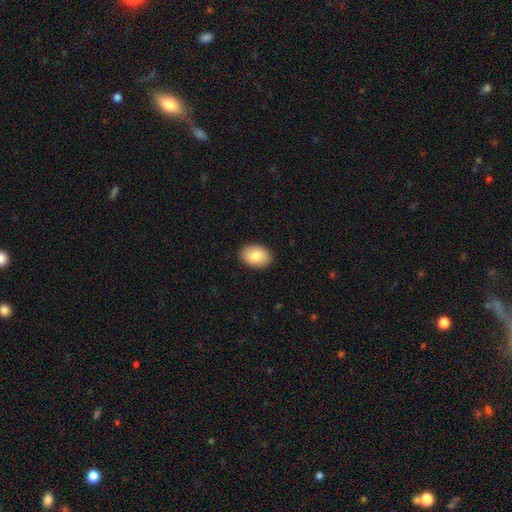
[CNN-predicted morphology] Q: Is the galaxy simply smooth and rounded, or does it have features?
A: smooth — 84%.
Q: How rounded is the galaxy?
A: in between — 85%.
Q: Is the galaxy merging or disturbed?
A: none — 90%.